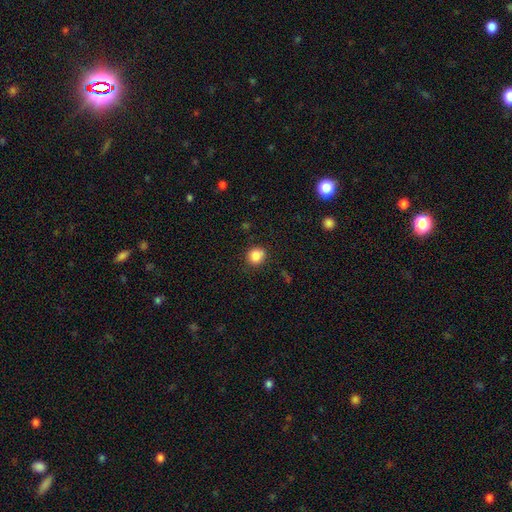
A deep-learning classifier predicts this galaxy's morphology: Smooth or featured: smooth — 85% (star or artifact — 10%)
How rounded: round — 82% (in between — 17%)
Merging: none — 84% (minor disturbance — 11%)